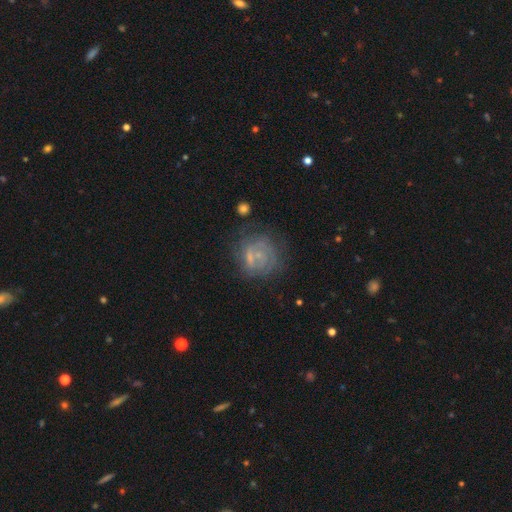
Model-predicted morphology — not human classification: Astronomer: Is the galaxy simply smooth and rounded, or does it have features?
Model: featured or disk — 61%.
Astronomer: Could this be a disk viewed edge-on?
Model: no — 98%.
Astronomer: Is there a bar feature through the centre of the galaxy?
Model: no — 61%.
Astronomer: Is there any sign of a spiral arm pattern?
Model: yes — 60% (runner-up: no, 40%).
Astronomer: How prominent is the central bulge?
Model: small — 58%.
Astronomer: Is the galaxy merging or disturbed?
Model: none — 58%.